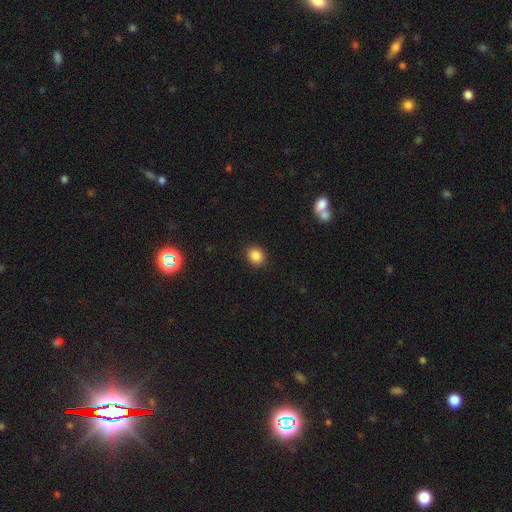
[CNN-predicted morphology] smooth 86%, star or artifact 10%, featured or disk 4%. Down the decision tree: how rounded — round (74%); merging — none (91%).